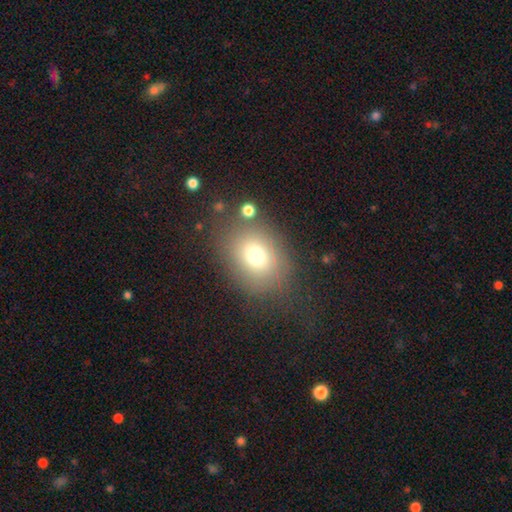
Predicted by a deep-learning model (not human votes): Morphology: type=smooth (72%); roundness=in between (56%); merging=none (70%).